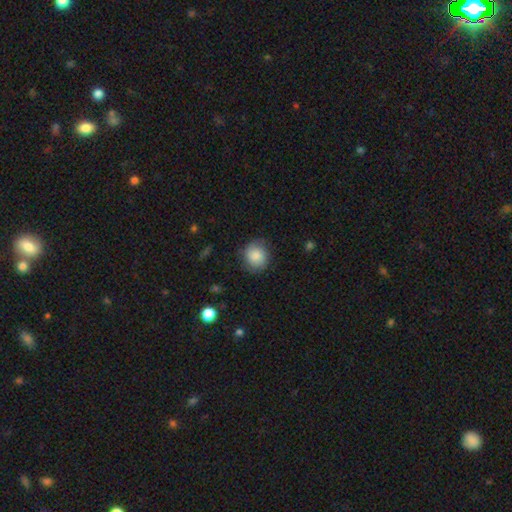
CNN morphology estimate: The model was most divided on "merging": none: 78%, minor disturbance: 16%, major disturbance: 5%, merger: 1%. More confident: smooth or featured — smooth (83%); how rounded — round (82%).